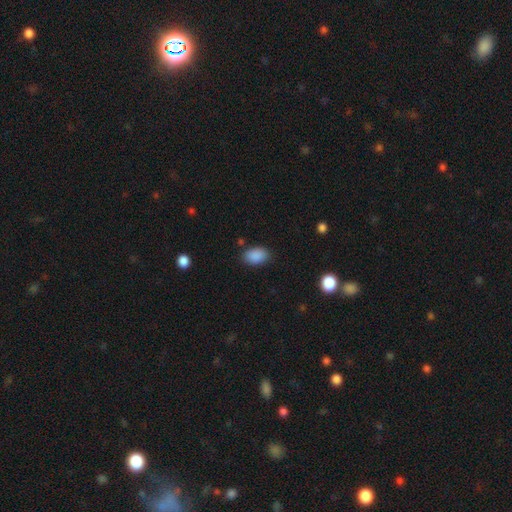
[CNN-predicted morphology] Smooth or featured? Predicted: smooth (p=0.89). How rounded? Predicted: in between (p=0.88). Merging? Predicted: none (p=0.83).